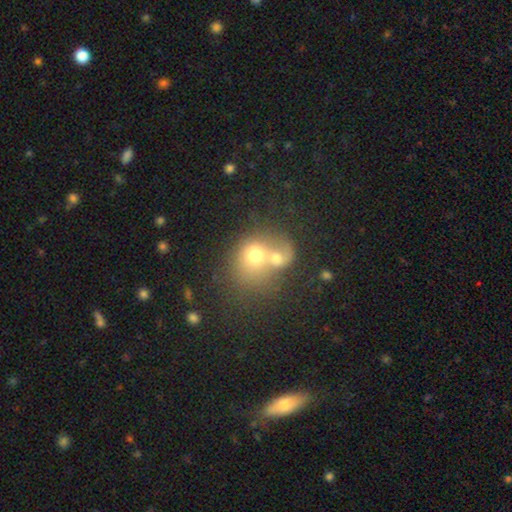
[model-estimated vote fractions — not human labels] A smooth galaxy with no disk features (60%) that is round (61%). Merging: merger (74%).